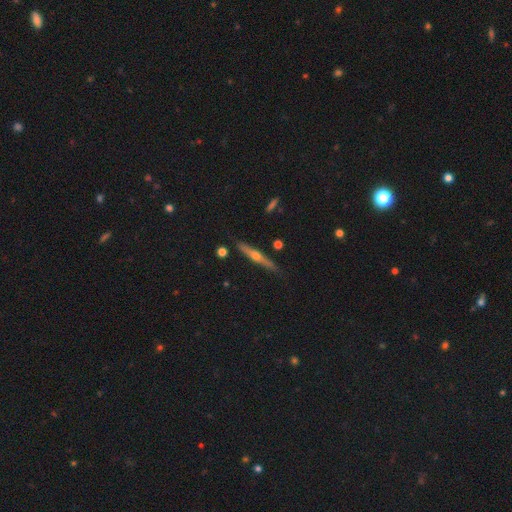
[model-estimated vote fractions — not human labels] Smooth or featured: featured or disk — 70% (smooth — 23%)
Edge-on disk: yes — 97% (no — 3%)
Edge-on bulge: rounded — 90% (none — 7%)
Merging: none — 86% (minor disturbance — 11%)